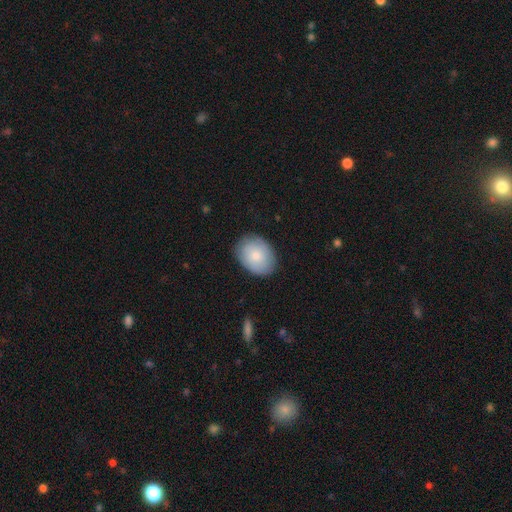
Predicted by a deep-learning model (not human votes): Overall: smooth (79%). How rounded: in between (69%; round 30%). Merging: none (83%).